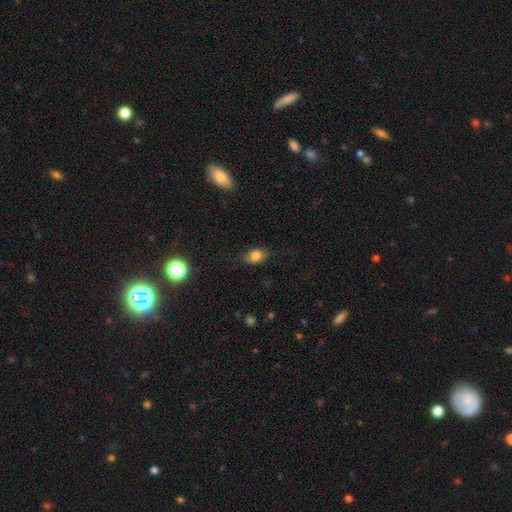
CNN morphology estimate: A smooth galaxy with no disk features (81%) that is in between round and cigar-shaped (77%). Merging: none (81%).